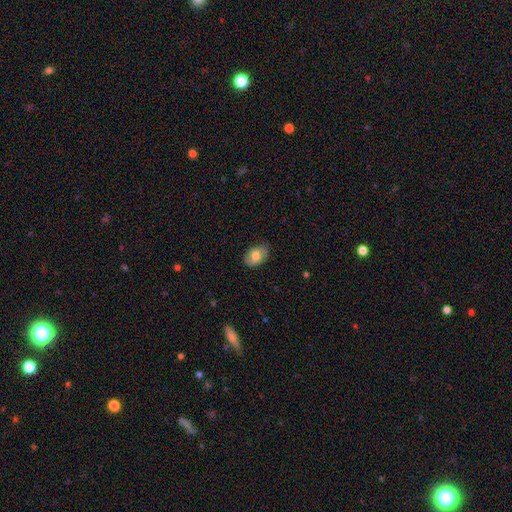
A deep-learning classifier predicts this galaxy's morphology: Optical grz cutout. It shows a smooth galaxy with no disk features (70%) that is in between round and cigar-shaped (84%). Merging: none (78%).